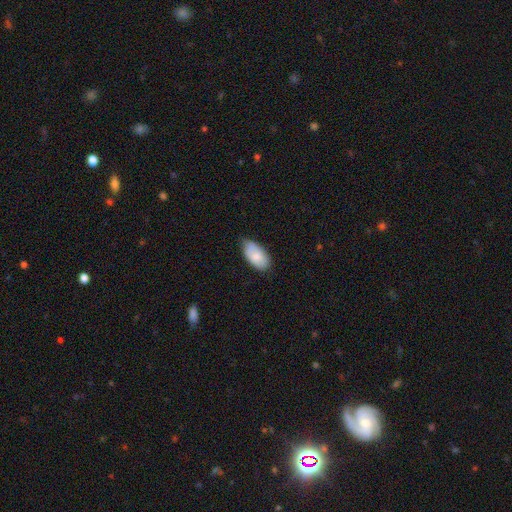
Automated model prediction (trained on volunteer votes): smooth_or_featured: smooth (p=0.79) [alt: featured or disk p=0.15]
how_rounded: in between (p=0.95) [alt: round p=0.03]
merging: none (p=0.67) [alt: minor disturbance p=0.28]